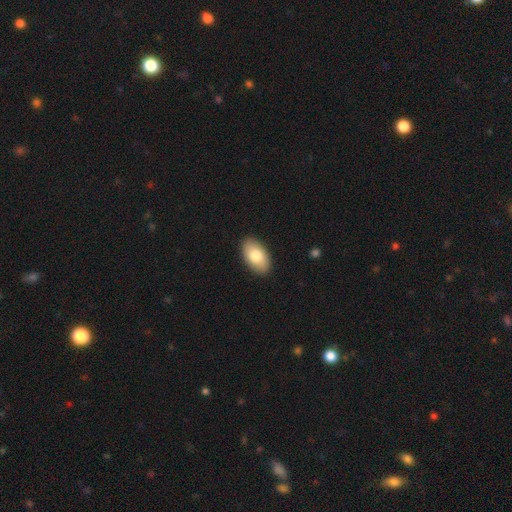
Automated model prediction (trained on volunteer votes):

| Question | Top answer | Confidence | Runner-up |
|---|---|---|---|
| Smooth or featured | smooth | 80% | featured or disk (15%) |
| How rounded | in between | 95% | round (4%) |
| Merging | none | 90% | minor disturbance (7%) |